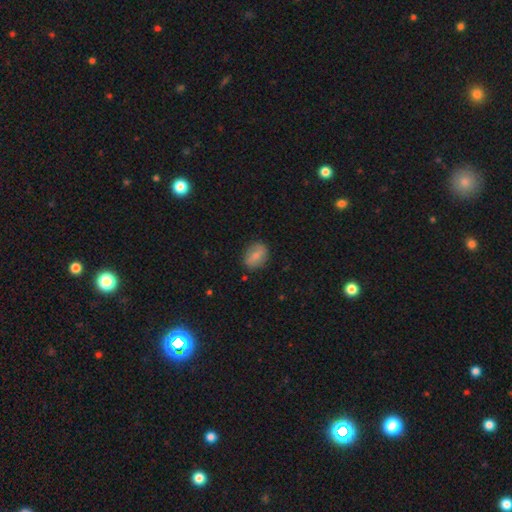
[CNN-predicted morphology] Q: Smooth or featured?
A: smooth (71%); runner-up: featured or disk (21%)
Q: How rounded?
A: in between (67%); runner-up: round (31%)
Q: Merging?
A: none (83%); runner-up: minor disturbance (12%)